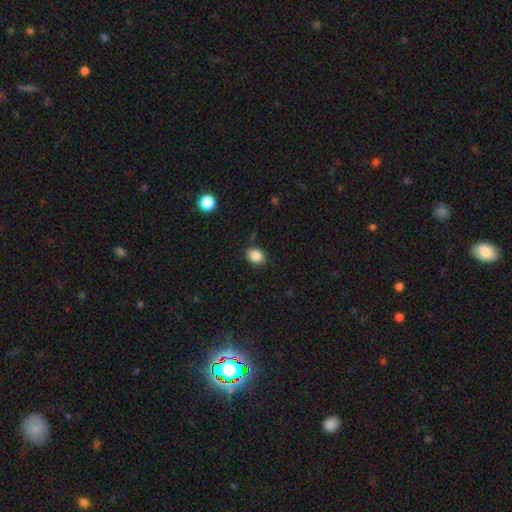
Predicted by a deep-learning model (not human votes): This is clearly a smooth galaxy (87%). How rounded: possibly in between (57%). Merging: clearly none (86%).